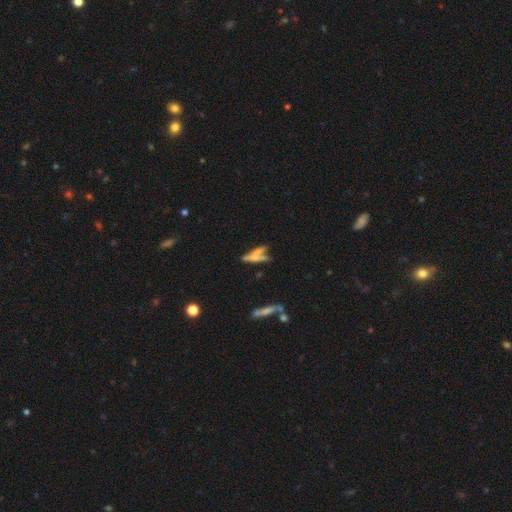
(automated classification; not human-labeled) Smooth or featured: smooth — 45% (featured or disk — 42%)
Merging: merger — 39% (none — 33%)